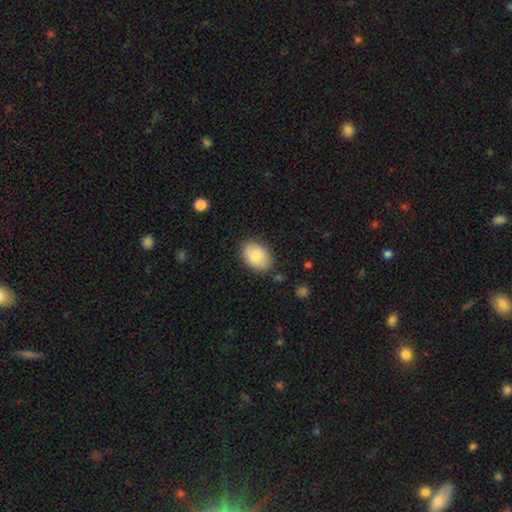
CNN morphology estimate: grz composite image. It shows a smooth galaxy with no disk features (83%) that is in between round and cigar-shaped (84%). Merging: none (83%).